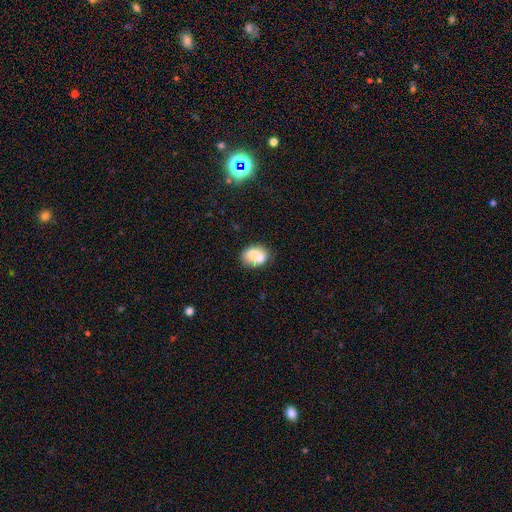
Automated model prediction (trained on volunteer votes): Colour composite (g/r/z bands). It shows a smooth galaxy with no disk features (70%) that is in between round and cigar-shaped (66%). Merging: none (48%).